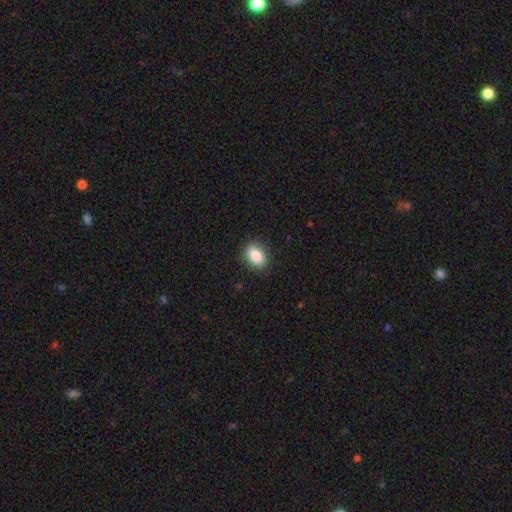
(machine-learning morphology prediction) This appears to be a smooth galaxy with no disk features (86%) that is in between round and cigar-shaped (79%). Merging: none (87%).